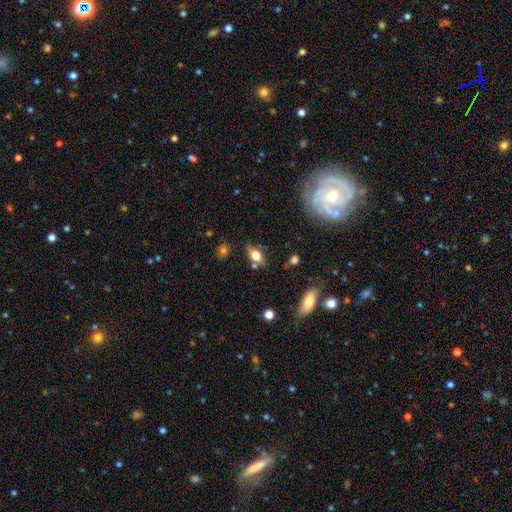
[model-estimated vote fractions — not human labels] The model was most divided on "merging": none: 71%, minor disturbance: 18%, merger: 7%, major disturbance: 5%. More confident: how rounded — in between (84%); smooth or featured — smooth (73%).